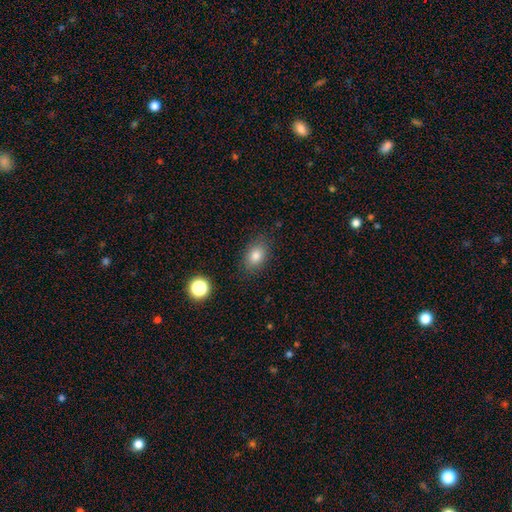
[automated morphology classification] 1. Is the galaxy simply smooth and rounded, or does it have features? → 81% smooth, 10% star or artifact, 8% featured or disk.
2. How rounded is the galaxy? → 77% in between, 22% round, 1% cigar-shaped.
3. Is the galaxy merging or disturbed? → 83% none, 12% minor disturbance, 3% major disturbance, 2% merger.